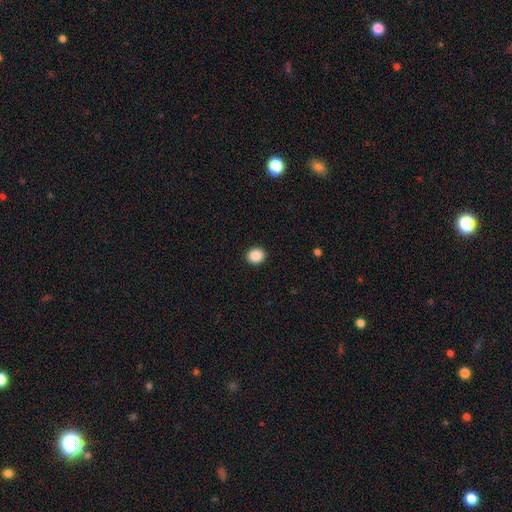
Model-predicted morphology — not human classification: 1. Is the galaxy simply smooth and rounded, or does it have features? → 88% smooth, 9% star or artifact, 3% featured or disk.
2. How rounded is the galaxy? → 81% round, 18% in between, 1% cigar-shaped.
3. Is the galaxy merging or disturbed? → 93% none, 5% minor disturbance, 2% major disturbance, 1% merger.